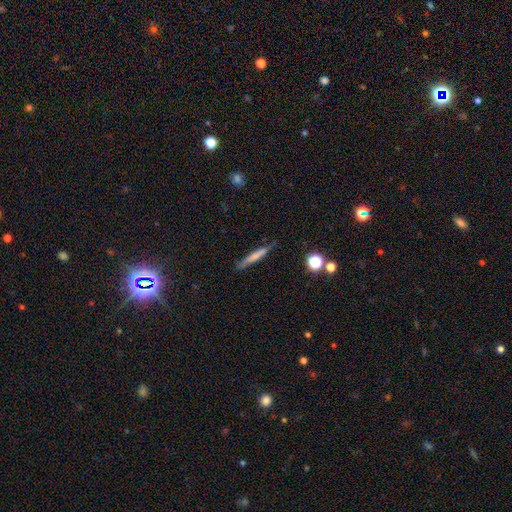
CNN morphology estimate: smooth 66%, featured or disk 26%, star or artifact 8%. Down the decision tree: how rounded — cigar-shaped (93%); merging — none (77%).